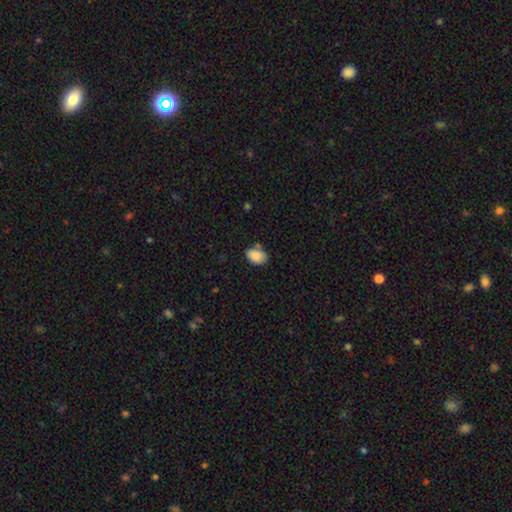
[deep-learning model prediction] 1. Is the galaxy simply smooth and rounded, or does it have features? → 87% smooth, 8% star or artifact, 6% featured or disk.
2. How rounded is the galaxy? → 83% in between, 16% round, 1% cigar-shaped.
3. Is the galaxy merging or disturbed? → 67% none, 22% minor disturbance, 7% merger, 4% major disturbance.